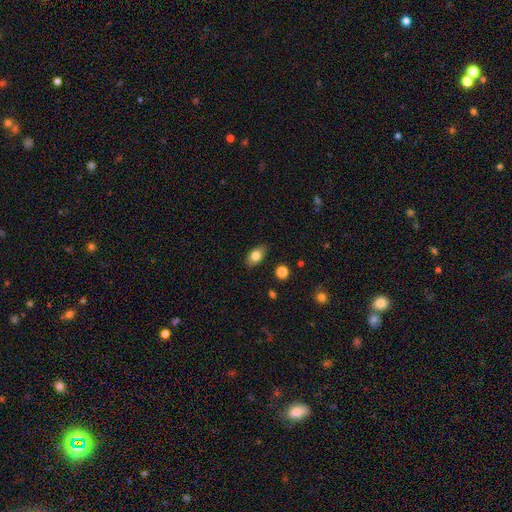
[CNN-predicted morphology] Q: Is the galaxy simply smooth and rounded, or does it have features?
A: smooth — 80%.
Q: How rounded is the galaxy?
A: in between — 85%.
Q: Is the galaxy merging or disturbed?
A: none — 85%.